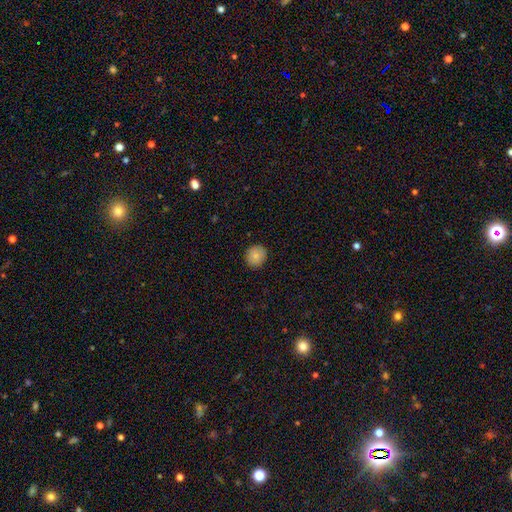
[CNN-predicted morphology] Q: Smooth or featured?
A: smooth (84%); runner-up: star or artifact (8%)
Q: How rounded?
A: round (80%); runner-up: in between (19%)
Q: Merging?
A: none (89%); runner-up: minor disturbance (8%)